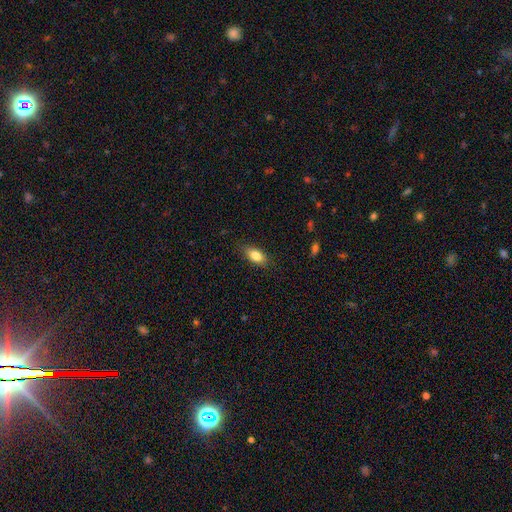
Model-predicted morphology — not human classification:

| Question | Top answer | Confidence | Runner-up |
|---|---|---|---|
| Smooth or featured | smooth | 83% | featured or disk (10%) |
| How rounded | in between | 87% | cigar-shaped (8%) |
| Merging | none | 84% | minor disturbance (13%) |